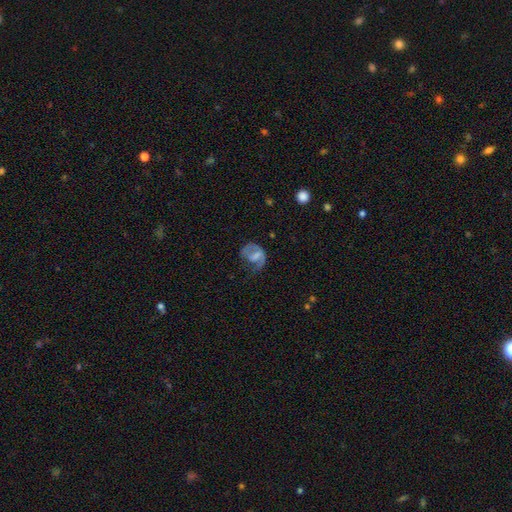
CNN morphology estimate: Smooth or featured? featured or disk (55%)
Edge-on disk? no (97%)
Bar? weak (42%)
Spiral arms? yes (66%)
Bulge size? none (32%)
Merging? major disturbance (41%)